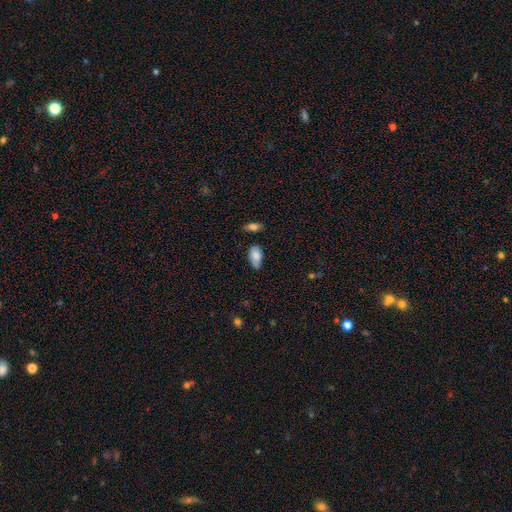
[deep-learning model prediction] Morphology: type=smooth (81%); roundness=in between (93%); merging=none (52%).